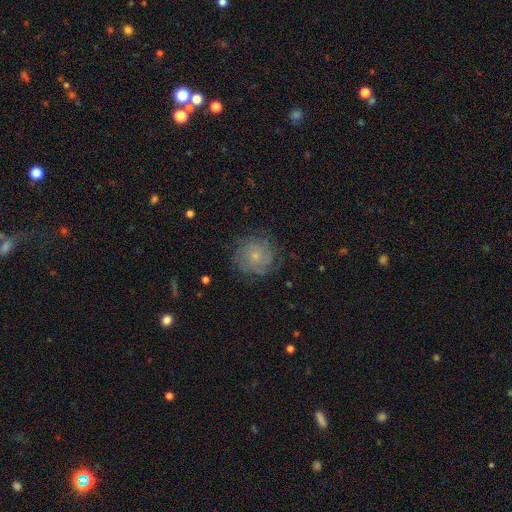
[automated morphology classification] Smooth or featured? featured or disk (50%)
Merging? none (75%)